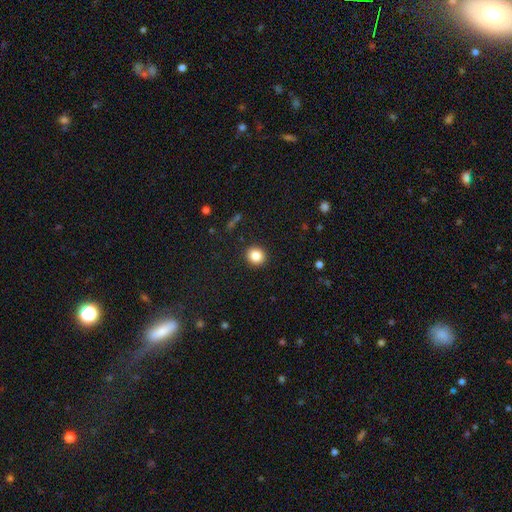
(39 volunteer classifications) A smooth galaxy with no disk features (92%) that is round (97%).

Vote fractions:
- Smooth or featured? smooth: 92% / star or artifact: 5% / featured or disk: 3%
- How rounded? round: 97% / in between: 3% / cigar-shaped: 0%
- Merging? none: 97% / minor disturbance: 3% / major disturbance: 0% / merger: 0%